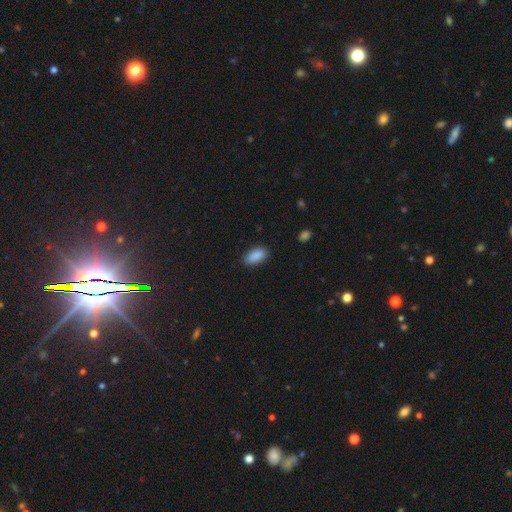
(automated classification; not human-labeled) Overall: smooth (90%). How rounded: in between (90%). Merging: none (85%).